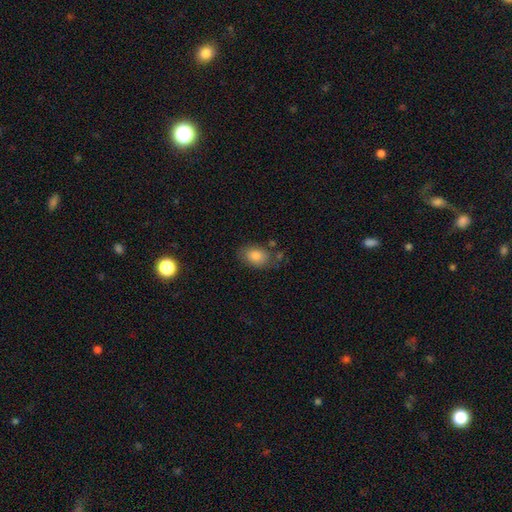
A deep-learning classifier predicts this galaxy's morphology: Q: Smooth or featured?
A: smooth (82%); runner-up: featured or disk (10%)
Q: How rounded?
A: in between (85%); runner-up: round (13%)
Q: Merging?
A: none (67%); runner-up: minor disturbance (20%)